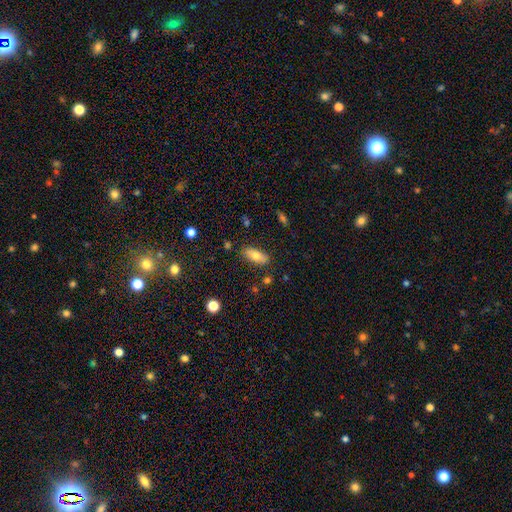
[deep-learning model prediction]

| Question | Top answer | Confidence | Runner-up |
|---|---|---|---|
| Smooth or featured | smooth | 74% | featured or disk (19%) |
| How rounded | in between | 82% | cigar-shaped (15%) |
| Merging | none | 84% | minor disturbance (12%) |